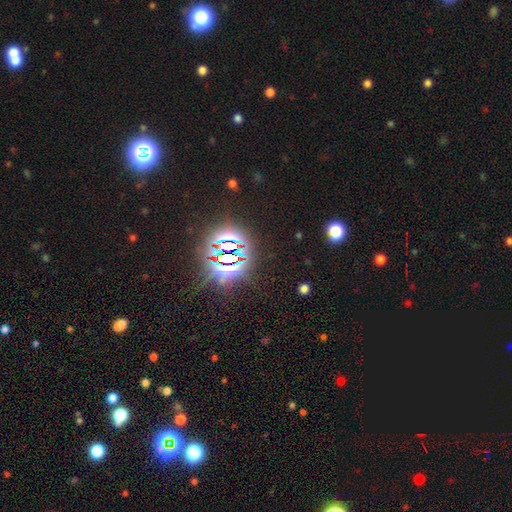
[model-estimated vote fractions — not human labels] Morphology: type=star or artifact (83%).